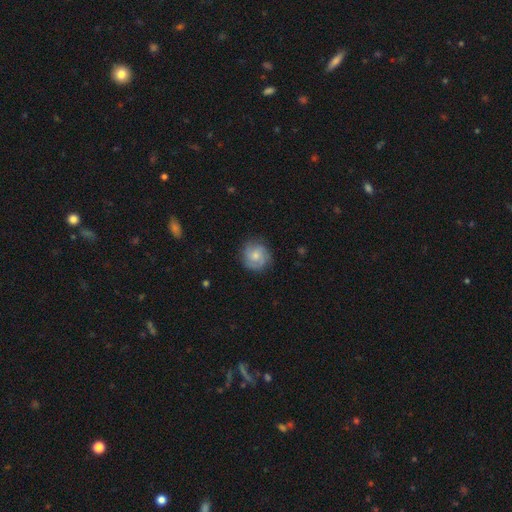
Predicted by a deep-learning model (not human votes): The model was most divided on "bulge size": small: 47%, moderate: 44%, none: 5%, large: 3%, dominant: 1%. Remaining: edge-on disk — no (98%); spiral arms — yes (92%); merging — none (82%); bar — no (69%); smooth or featured — featured or disk (59%); spiral winding — tight (54%); spiral arm count — 2 (40%).